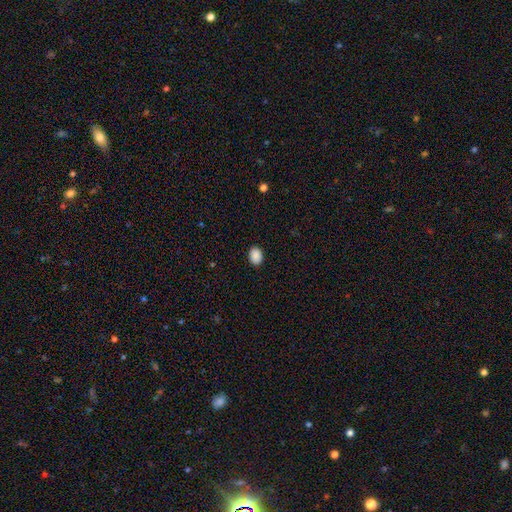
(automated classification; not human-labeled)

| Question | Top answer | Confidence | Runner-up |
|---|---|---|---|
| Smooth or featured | smooth | 90% | star or artifact (8%) |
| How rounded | in between | 69% | round (30%) |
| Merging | none | 89% | minor disturbance (8%) |